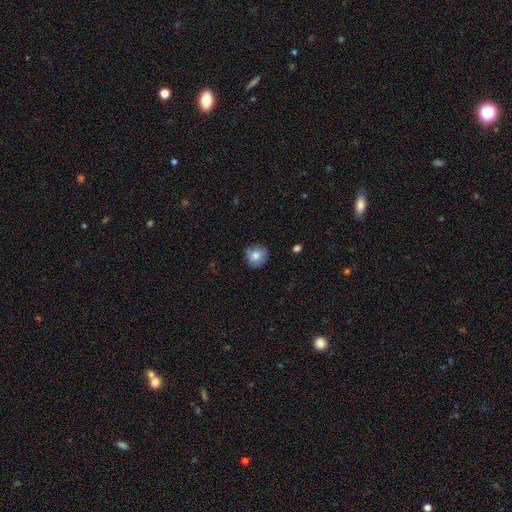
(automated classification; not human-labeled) Overall: smooth (77%). How rounded: round (87%). Merging: none (77%).